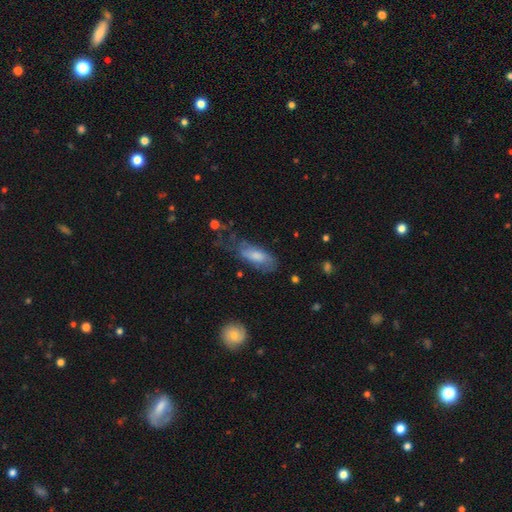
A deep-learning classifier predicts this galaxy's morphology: Overall: smooth (63%; featured or disk 30%). How rounded: in between (76%). Merging: none (40%; minor disturbance 30%).